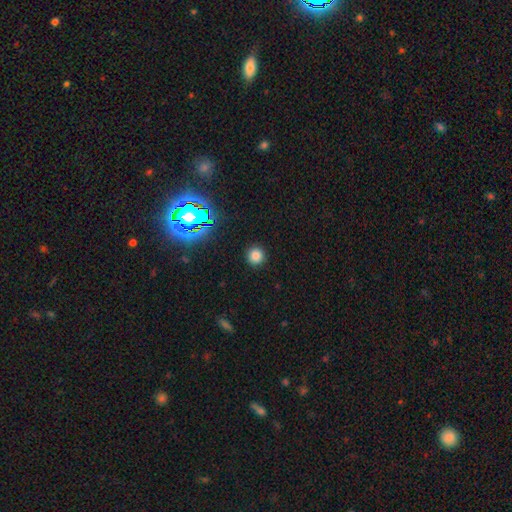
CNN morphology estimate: Smooth or featured? smooth (78%)
How rounded? round (95%)
Merging? none (91%)